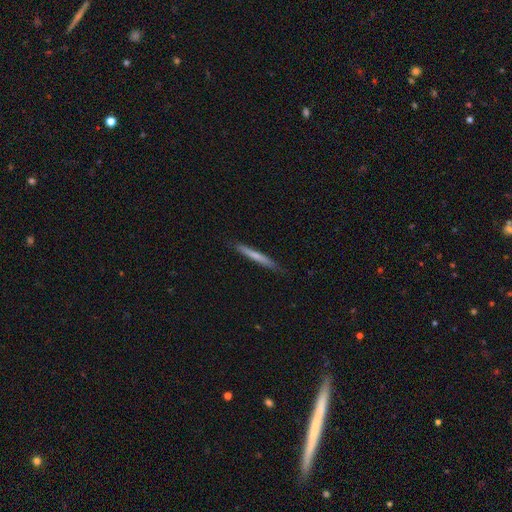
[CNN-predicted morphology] This is possibly a smooth galaxy (59%). How rounded: clearly cigar-shaped (96%). Merging: clearly none (87%).